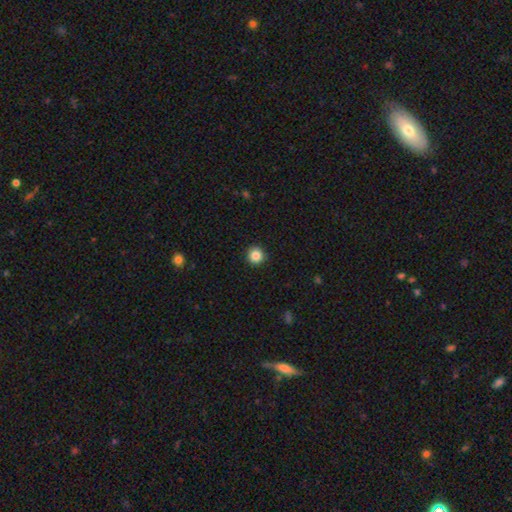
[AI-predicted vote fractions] Q: Smooth or featured?
A: smooth (86%); runner-up: star or artifact (10%)
Q: How rounded?
A: round (95%); runner-up: in between (4%)
Q: Merging?
A: none (92%); runner-up: minor disturbance (5%)